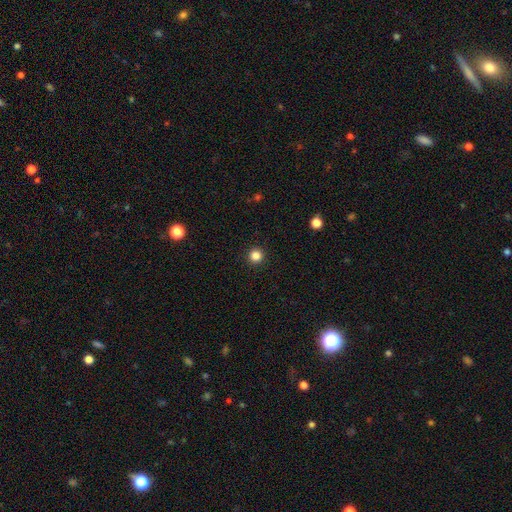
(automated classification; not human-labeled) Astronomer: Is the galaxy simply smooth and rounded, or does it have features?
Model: smooth — 84%.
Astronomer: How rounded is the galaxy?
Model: round — 96%.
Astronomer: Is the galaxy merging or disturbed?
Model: none — 94%.